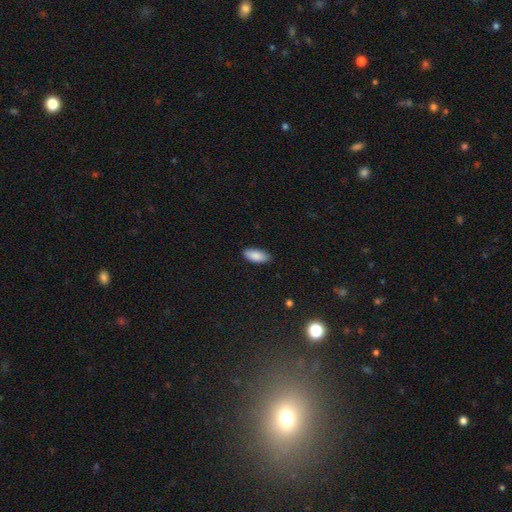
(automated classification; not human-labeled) Smooth or featured? smooth (88%)
How rounded? in between (88%)
Merging? none (85%)